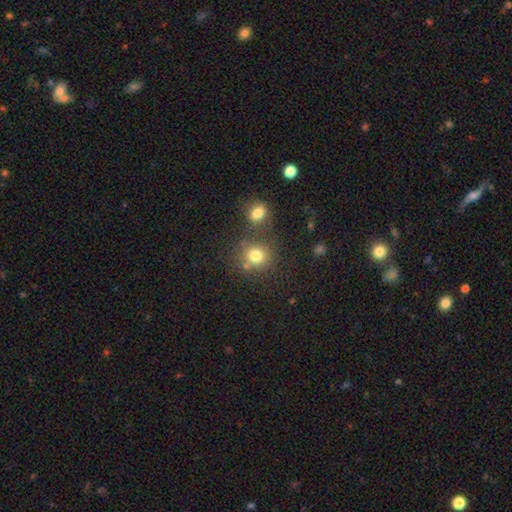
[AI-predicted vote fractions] This appears to be a smooth galaxy with no disk features (79%) that is round (84%). Merging: none (65%).